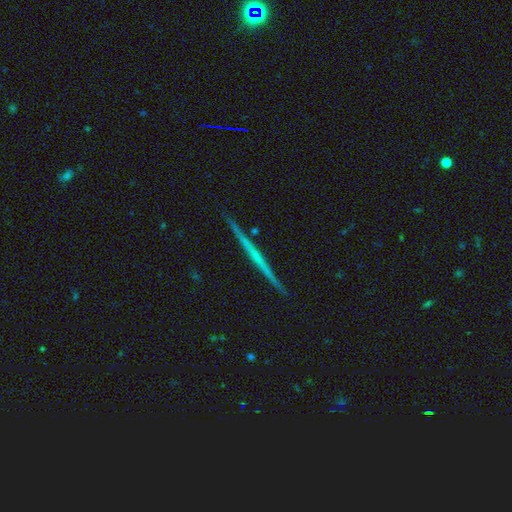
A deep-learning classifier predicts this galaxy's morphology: smooth_or_featured: featured or disk (p=0.69) [alt: smooth p=0.24]
disk_edge_on: yes (p=0.98) [alt: no p=0.02]
edge_on_bulge: none (p=0.84) [alt: rounded p=0.11]
merging: none (p=0.93) [alt: minor disturbance p=0.05]